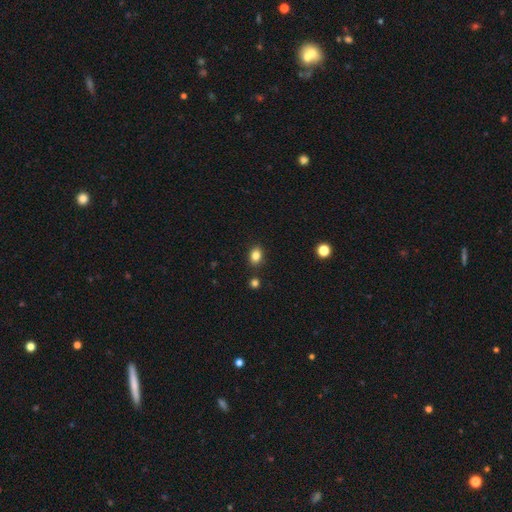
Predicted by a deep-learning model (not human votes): This appears to be a smooth galaxy with no disk features (83%) that is in between round and cigar-shaped (67%). Merging: none (85%).